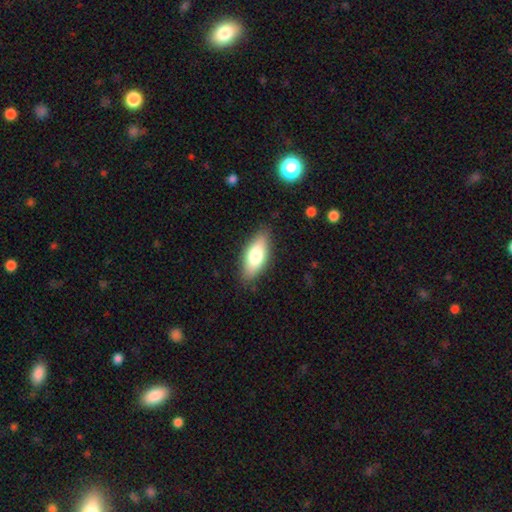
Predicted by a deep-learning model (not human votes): smooth 73%, featured or disk 21%, star or artifact 7%. Down the decision tree: how rounded — in between (78%); merging — none (85%).